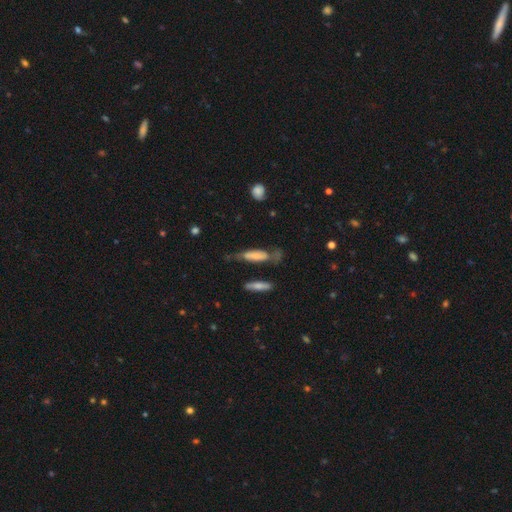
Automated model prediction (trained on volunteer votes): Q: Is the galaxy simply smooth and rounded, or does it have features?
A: smooth — 50%.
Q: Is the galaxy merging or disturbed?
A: none — 42%.